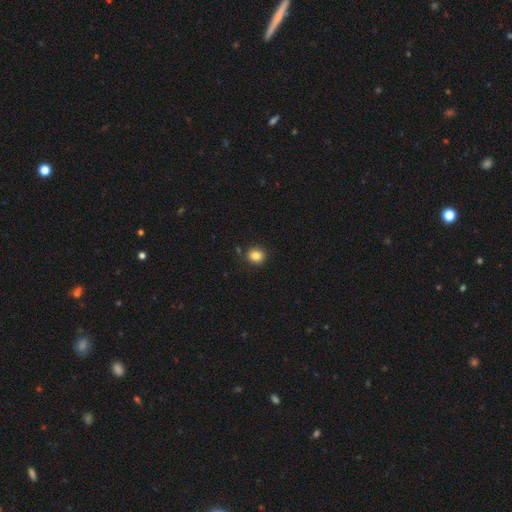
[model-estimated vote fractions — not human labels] Smooth or featured? smooth (84%)
How rounded? round (80%)
Merging? none (88%)